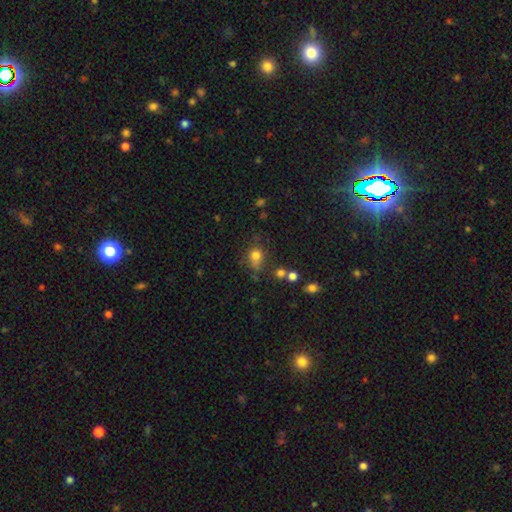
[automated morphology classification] Smooth or featured? smooth (76%)
How rounded? round (63%)
Merging? none (52%)